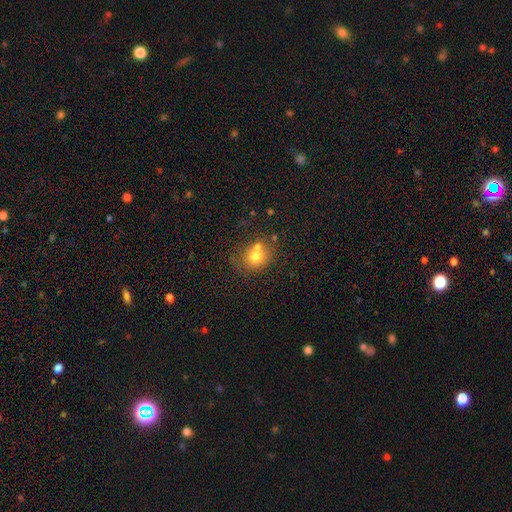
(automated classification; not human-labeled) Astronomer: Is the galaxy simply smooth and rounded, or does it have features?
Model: smooth — 72%.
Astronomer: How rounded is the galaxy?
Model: round — 72%.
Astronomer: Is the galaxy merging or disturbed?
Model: none — 46% (runner-up: merger, 35%).